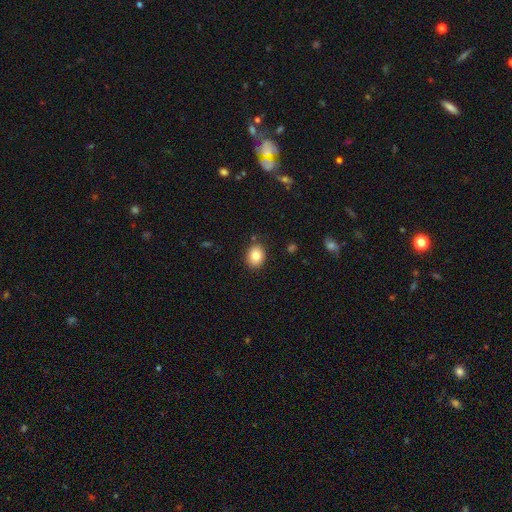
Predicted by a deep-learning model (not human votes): The model was most divided on "how rounded": in between: 55%, round: 44%, cigar-shaped: 1%. More confident: merging — none (86%); smooth or featured — smooth (82%).